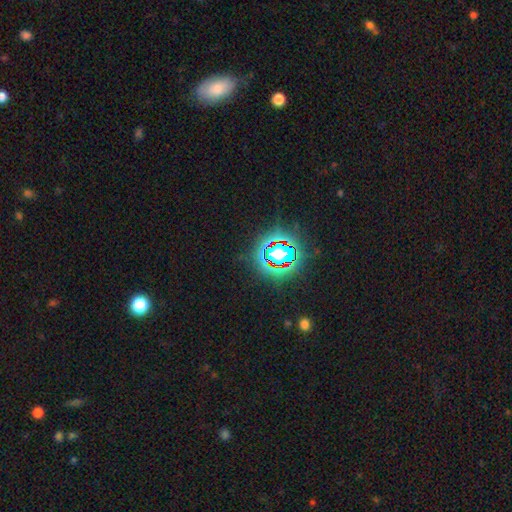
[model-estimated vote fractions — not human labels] star or artifact 78%, smooth 14%, featured or disk 9%.